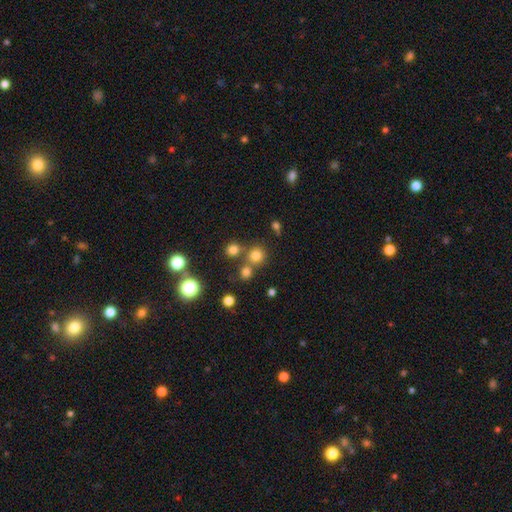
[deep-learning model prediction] smooth 75%, star or artifact 18%, featured or disk 7%. Down the decision tree: how rounded — round (91%); merging — none (68%).